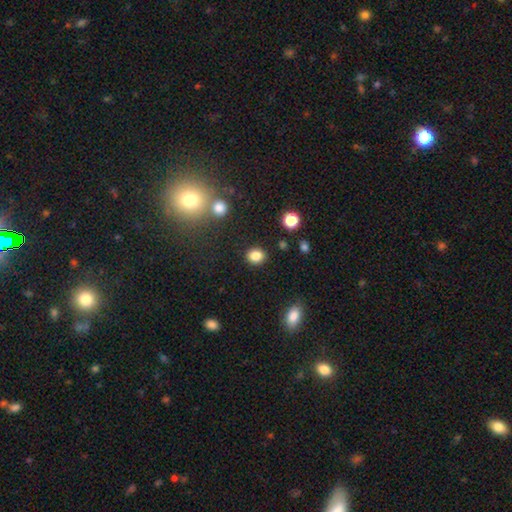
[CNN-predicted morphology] smooth 84%, star or artifact 11%, featured or disk 5%. Down the decision tree: how rounded — round (64%); merging — none (87%).